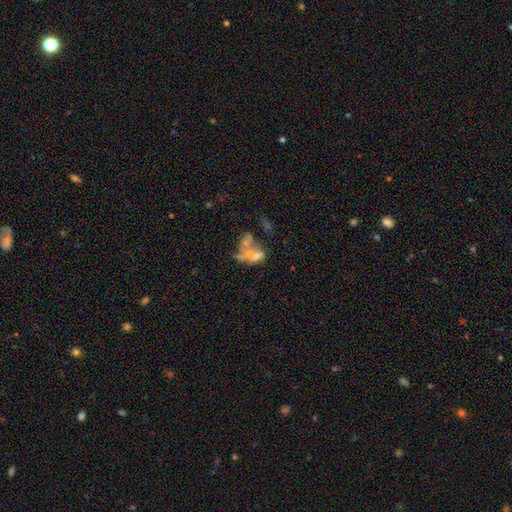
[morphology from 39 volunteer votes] type=featured or disk (64%); edge-on=no (100%); bar=no (84%); spiral arms=no (92%); bulge=small (32%); merging=merger (61%).